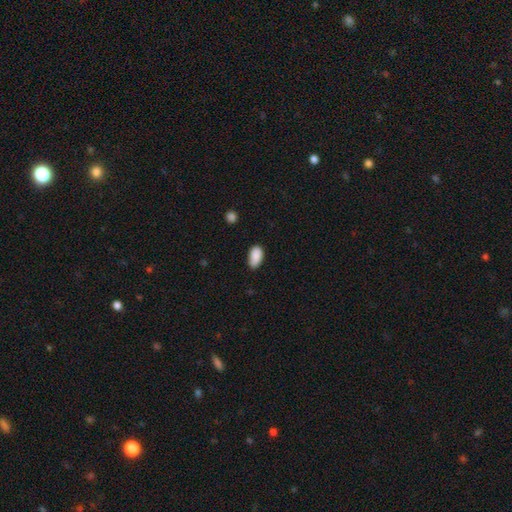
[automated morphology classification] This appears to be a smooth galaxy with no disk features (88%) that is in between round and cigar-shaped (93%). Merging: none (68%).